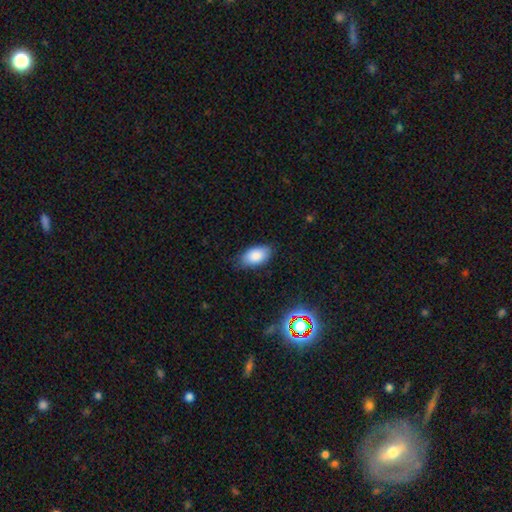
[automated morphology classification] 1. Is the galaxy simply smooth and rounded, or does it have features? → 85% smooth, 8% star or artifact, 7% featured or disk.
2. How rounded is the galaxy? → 94% in between, 4% round, 2% cigar-shaped.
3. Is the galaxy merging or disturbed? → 79% none, 17% minor disturbance, 3% major disturbance, 1% merger.